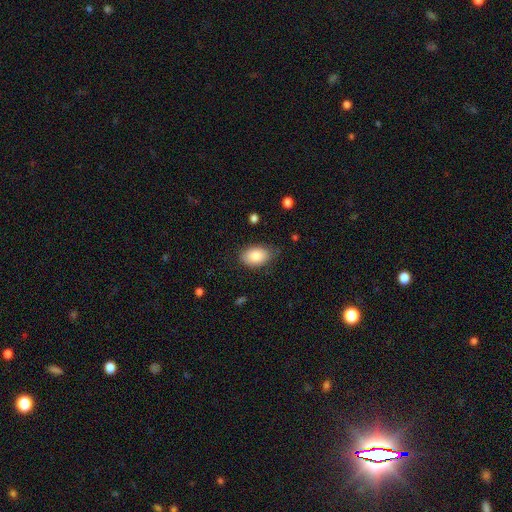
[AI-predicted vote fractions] Q: Smooth or featured?
A: smooth (85%); runner-up: featured or disk (8%)
Q: How rounded?
A: in between (90%); runner-up: round (9%)
Q: Merging?
A: none (73%); runner-up: minor disturbance (22%)